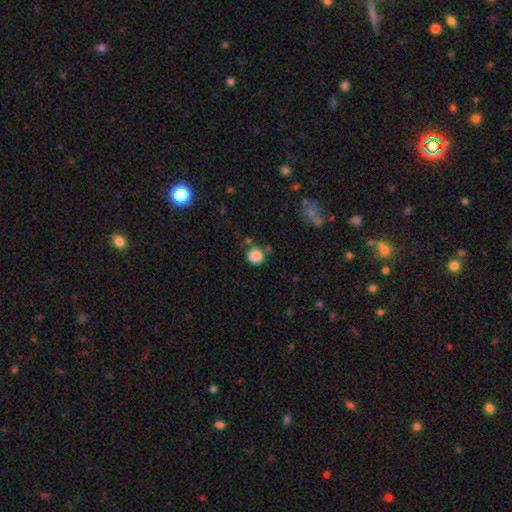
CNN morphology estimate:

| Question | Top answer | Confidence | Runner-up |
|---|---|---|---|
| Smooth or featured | smooth | 86% | star or artifact (10%) |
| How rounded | round | 89% | in between (10%) |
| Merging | none | 76% | minor disturbance (13%) |